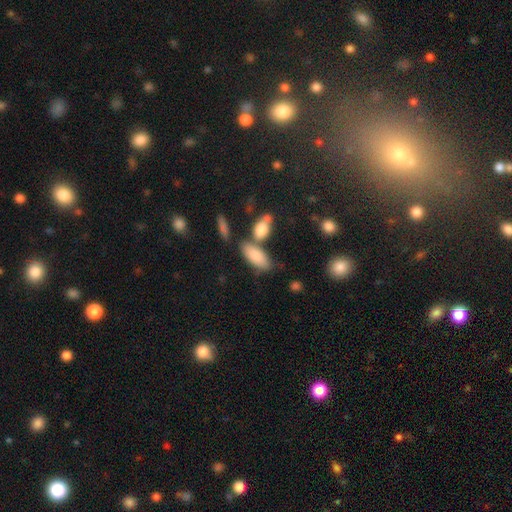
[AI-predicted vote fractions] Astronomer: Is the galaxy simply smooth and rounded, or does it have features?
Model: smooth — 83%.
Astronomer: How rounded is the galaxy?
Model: in between — 85%.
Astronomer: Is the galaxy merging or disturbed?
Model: none — 53%.